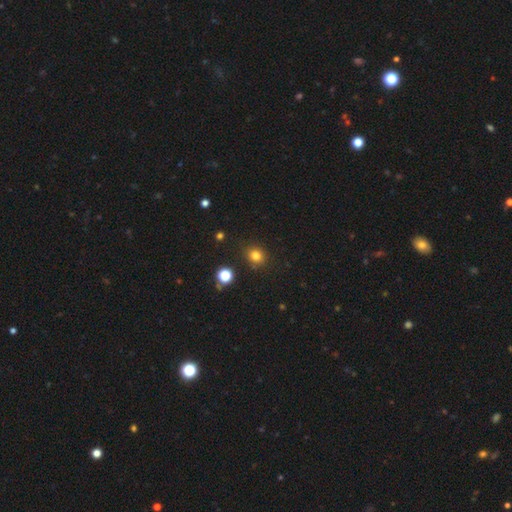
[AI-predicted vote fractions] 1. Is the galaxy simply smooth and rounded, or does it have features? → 79% smooth, 15% star or artifact, 5% featured or disk.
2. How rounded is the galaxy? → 81% round, 19% in between, 1% cigar-shaped.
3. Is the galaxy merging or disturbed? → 85% none, 9% minor disturbance, 3% merger, 3% major disturbance.